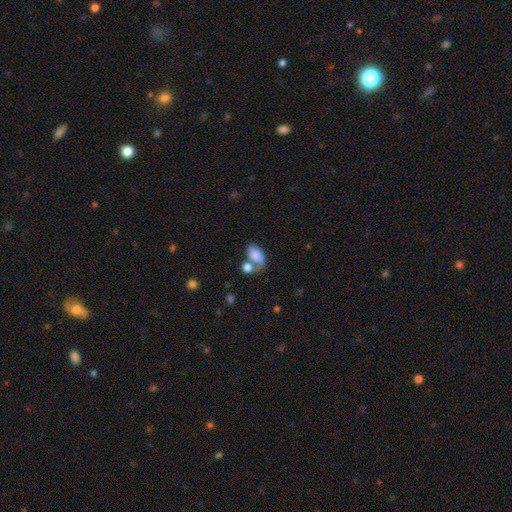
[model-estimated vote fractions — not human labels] Morphology: type=smooth (79%); roundness=in between (88%); merging=none (37%, tied with merger).